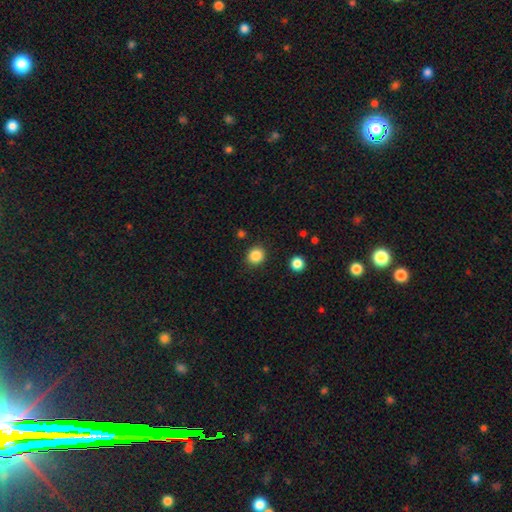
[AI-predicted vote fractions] smooth_or_featured: smooth (p=0.86) [alt: star or artifact p=0.11]
how_rounded: round (p=0.82) [alt: in between p=0.17]
merging: none (p=0.89) [alt: minor disturbance p=0.07]